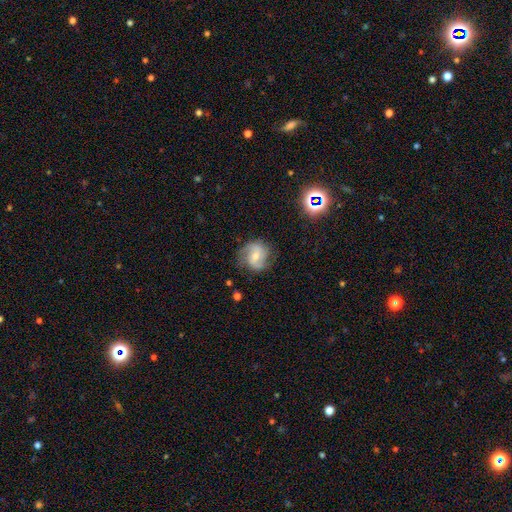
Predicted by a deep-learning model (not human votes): Overall: featured or disk (69%). Edge-on disk: no (97%). Bar: weak (44%; no 41%). Spiral arms: yes (90%). Spiral arm count: 2 (84%). Spiral winding: medium (46%; loose 28%). Bulge size: moderate (50%; small 44%). Merging: none (74%).